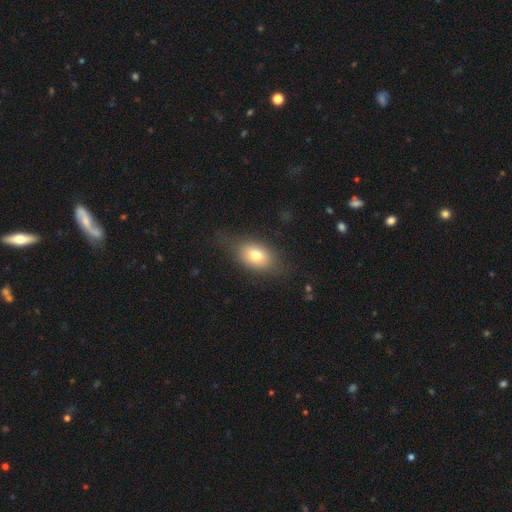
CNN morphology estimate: smooth-or-featured: smooth: 75% | featured or disk: 16% | star or artifact: 9%
  how-rounded: in between: 82% | round: 15% | cigar-shaped: 3%
  merging: none: 68% | minor disturbance: 22% | major disturbance: 9% | merger: 1%